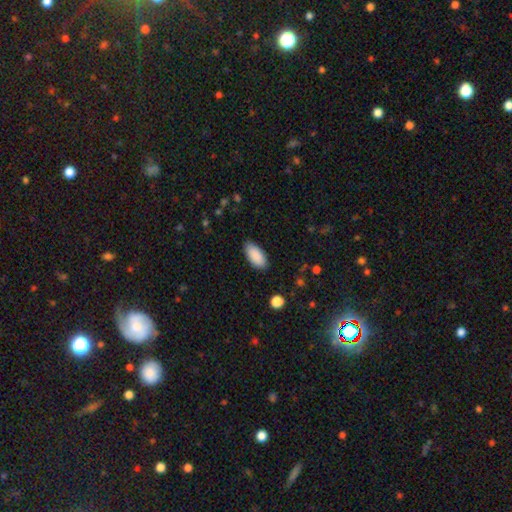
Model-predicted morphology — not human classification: smooth-or-featured: smooth: 89% | star or artifact: 6% | featured or disk: 4%
  how-rounded: in between: 92% | cigar-shaped: 6% | round: 2%
  merging: none: 86% | minor disturbance: 11% | major disturbance: 2% | merger: 1%